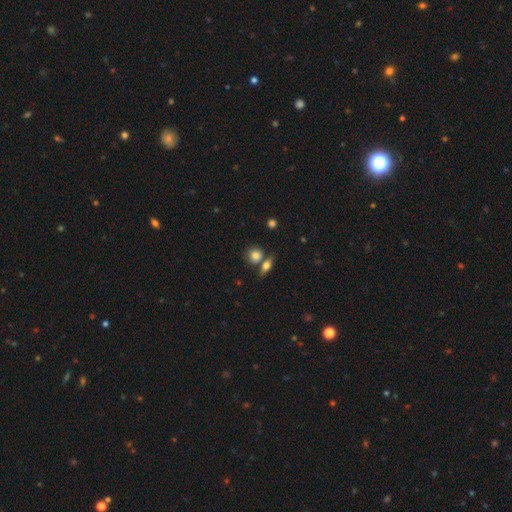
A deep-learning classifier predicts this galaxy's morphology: A smooth galaxy with no disk features (79%) that is round (75%).

Vote fractions:
- Smooth or featured? smooth: 79% / featured or disk: 12% / star or artifact: 9%
- How rounded? round: 75% / in between: 22% / cigar-shaped: 4%
- Merging? none: 62% / merger: 25% / minor disturbance: 10% / major disturbance: 3%